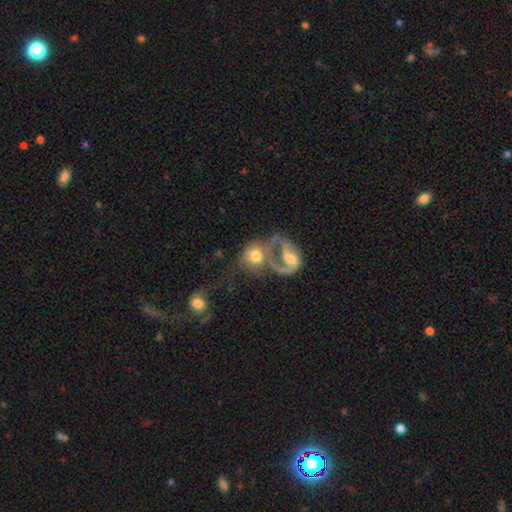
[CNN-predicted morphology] smooth 51%, featured or disk 41%, star or artifact 9%. Down the decision tree: how rounded — round (66%); merging — merger (61%).